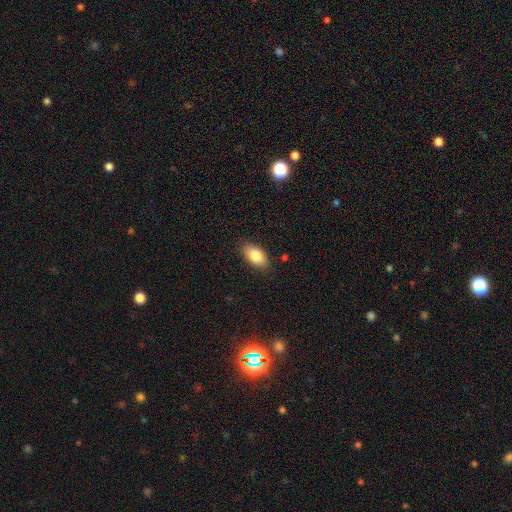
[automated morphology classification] Smooth or featured? smooth (83%)
How rounded? in between (92%)
Merging? none (86%)